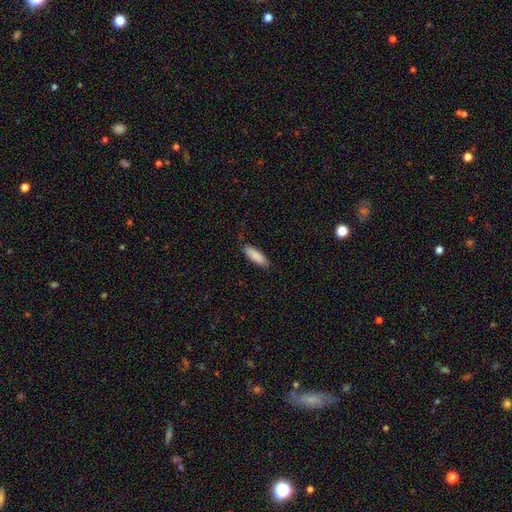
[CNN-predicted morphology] smooth_or_featured: smooth (p=0.88) [alt: featured or disk p=0.07]
how_rounded: cigar-shaped (p=0.51) [alt: in between p=0.48]
merging: none (p=0.85) [alt: minor disturbance p=0.12]